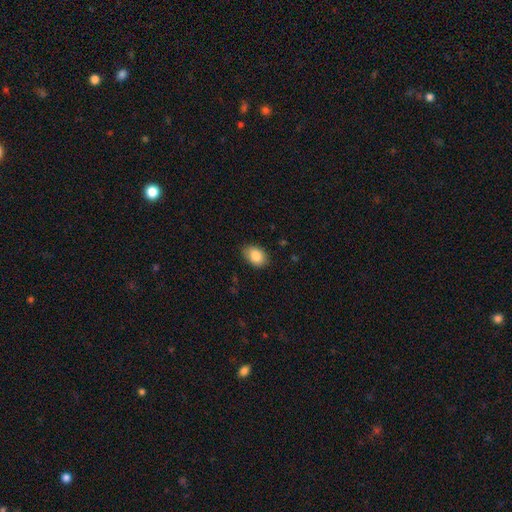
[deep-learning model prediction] This is clearly a smooth galaxy (86%). How rounded: clearly in between (81%). Merging: clearly none (84%).